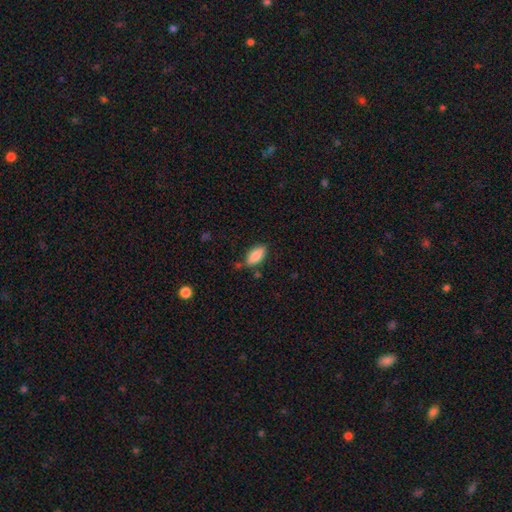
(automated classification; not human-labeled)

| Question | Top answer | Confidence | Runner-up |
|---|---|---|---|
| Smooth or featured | smooth | 83% | featured or disk (10%) |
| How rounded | in between | 84% | cigar-shaped (13%) |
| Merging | none | 78% | minor disturbance (15%) |